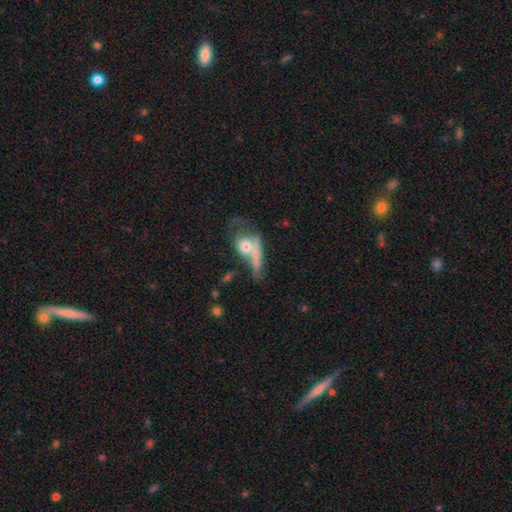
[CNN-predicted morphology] Overall: smooth (58%; featured or disk 34%). How rounded: in between (48%; round 34%). Merging: merger (48%; none 20%).